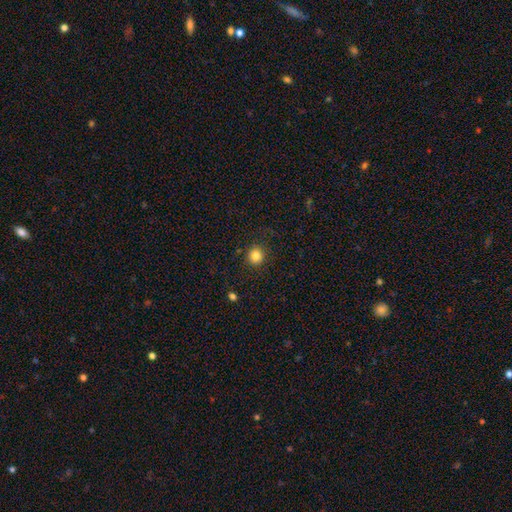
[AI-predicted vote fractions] Smooth or featured: smooth — 84% (star or artifact — 11%)
How rounded: round — 91% (in between — 9%)
Merging: none — 89% (minor disturbance — 7%)